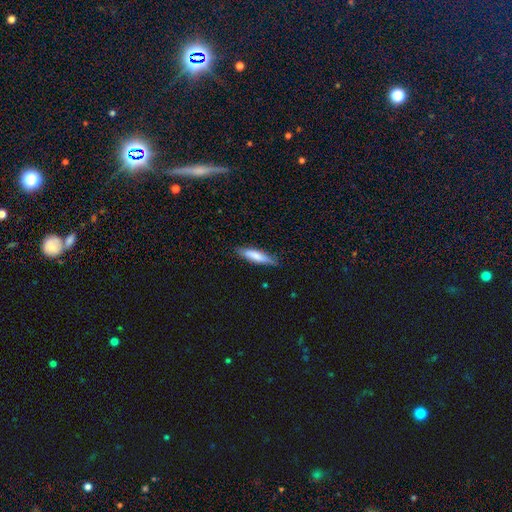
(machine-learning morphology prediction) This appears to be a smooth galaxy with no disk features (76%) that is cigar-shaped (77%). Merging: none (82%).